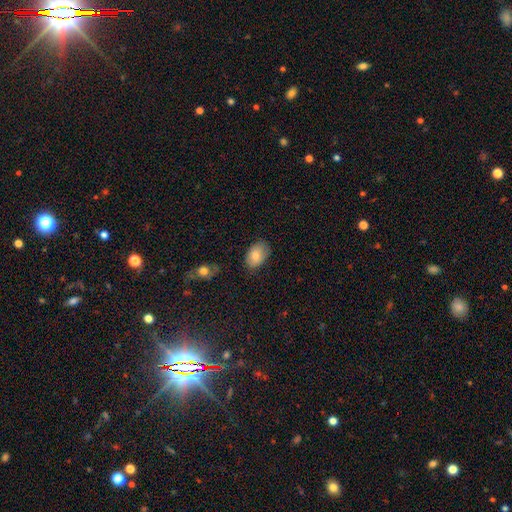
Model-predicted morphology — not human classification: This is clearly a smooth galaxy (83%). How rounded: clearly in between (89%). Merging: likely none (75%).